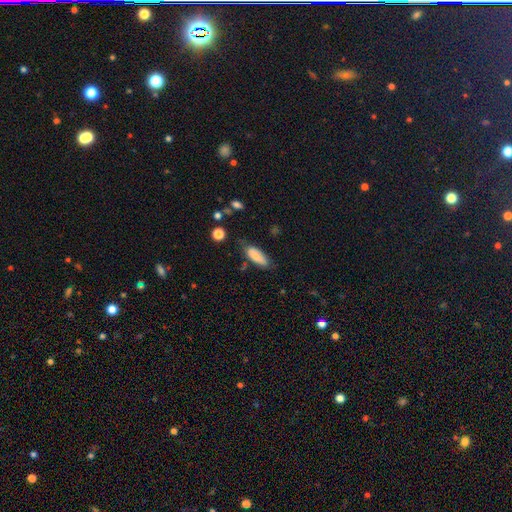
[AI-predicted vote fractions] A smooth galaxy with no disk features (82%) that is in between round and cigar-shaped (75%). Merging: none (63%).